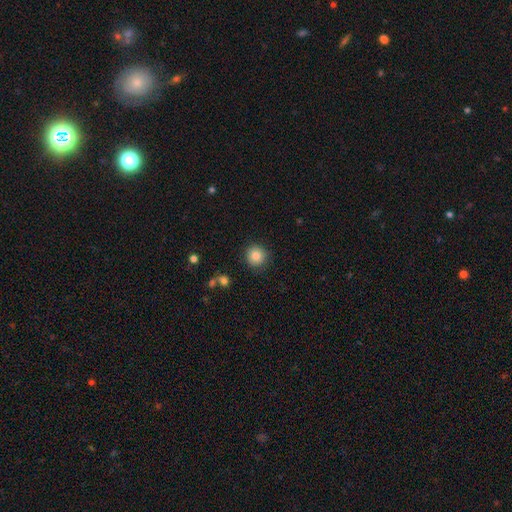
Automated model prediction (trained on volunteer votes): smooth-or-featured: smooth: 85% | star or artifact: 10% | featured or disk: 6%
  how-rounded: round: 92% | in between: 7% | cigar-shaped: 1%
  merging: none: 87% | minor disturbance: 9% | major disturbance: 3% | merger: 2%